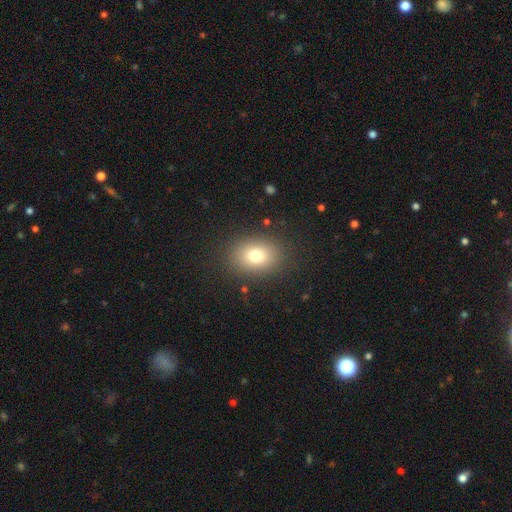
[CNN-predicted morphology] A smooth galaxy with no disk features (77%) that is in between round and cigar-shaped (62%). Merging: none (86%).